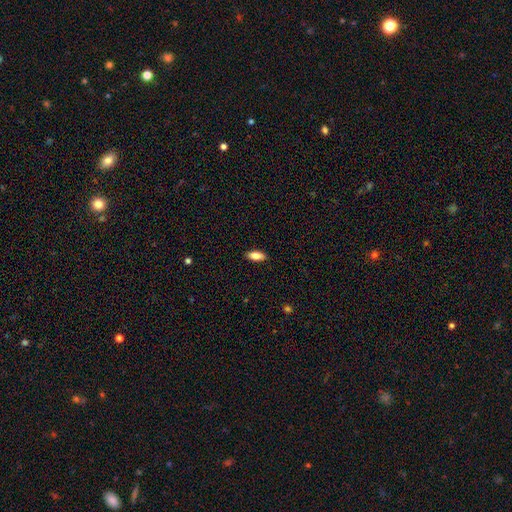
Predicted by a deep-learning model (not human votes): smooth_or_featured: smooth (p=0.84) [alt: featured or disk p=0.09]
how_rounded: in between (p=0.86) [alt: cigar-shaped p=0.12]
merging: none (p=0.89) [alt: minor disturbance p=0.08]